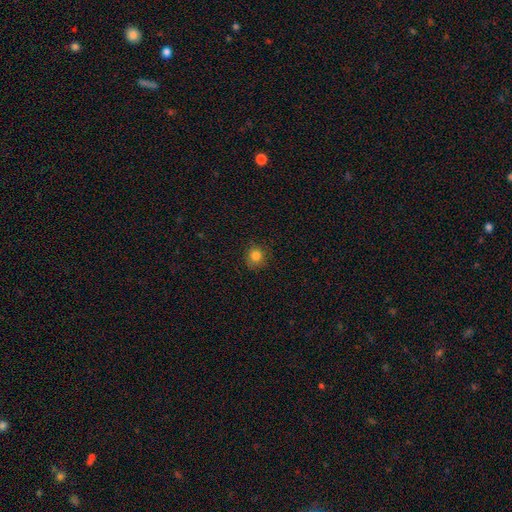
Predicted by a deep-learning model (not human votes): smooth_or_featured: smooth (p=0.82) [alt: star or artifact p=0.12]
how_rounded: round (p=0.87) [alt: in between p=0.12]
merging: none (p=0.82) [alt: minor disturbance p=0.13]